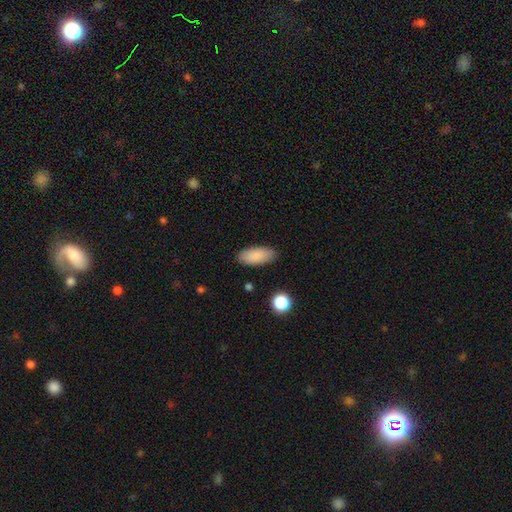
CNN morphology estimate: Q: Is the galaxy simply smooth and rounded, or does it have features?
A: smooth — 88%.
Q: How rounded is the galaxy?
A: in between — 86%.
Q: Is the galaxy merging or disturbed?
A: none — 86%.